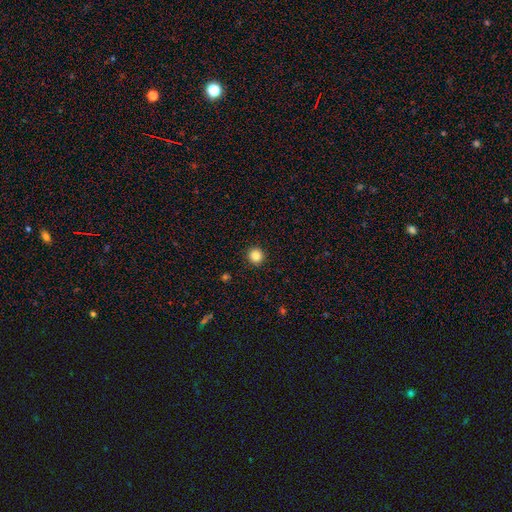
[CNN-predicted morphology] smooth_or_featured: smooth (p=0.85) [alt: star or artifact p=0.11]
how_rounded: round (p=0.94) [alt: in between p=0.05]
merging: none (p=0.93) [alt: minor disturbance p=0.04]